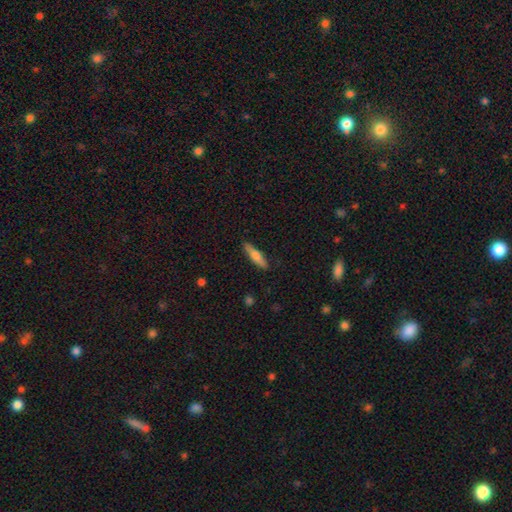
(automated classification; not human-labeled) A smooth galaxy with no disk features (62%) that is cigar-shaped (80%).

Vote fractions:
- Smooth or featured? smooth: 62% / featured or disk: 33% / star or artifact: 6%
- How rounded? cigar-shaped: 80% / in between: 18% / round: 2%
- Merging? none: 88% / minor disturbance: 9% / major disturbance: 2% / merger: 1%